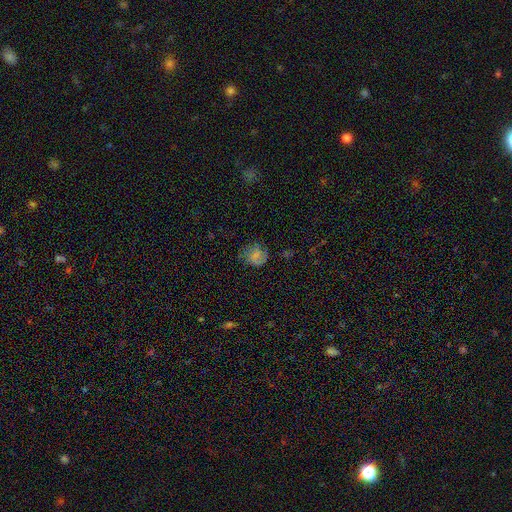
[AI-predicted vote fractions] Overall: smooth (59%; featured or disk 30%). How rounded: round (75%). Merging: none (63%; minor disturbance 24%).